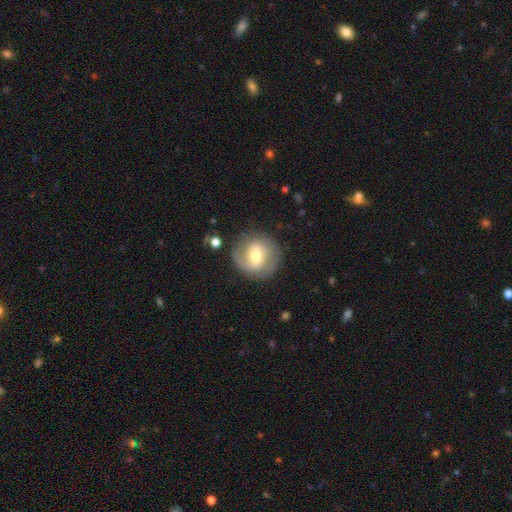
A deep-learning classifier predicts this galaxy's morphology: The model was most divided on "bar": weak: 50%, no: 28%, strong: 21%. More confident: edge-on disk — no (97%); merging — none (82%); spiral arms — yes (80%); bulge size — moderate (67%); smooth or featured — featured or disk (59%).